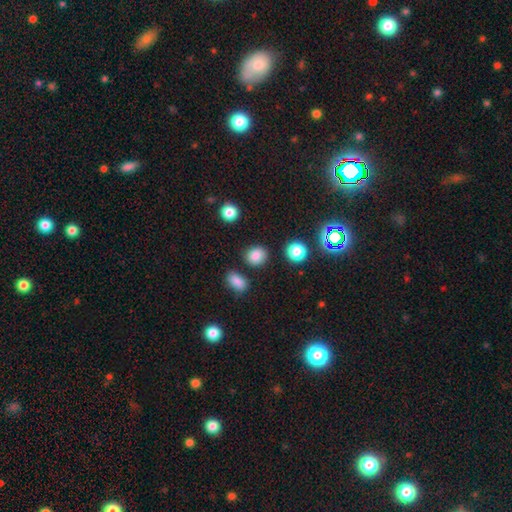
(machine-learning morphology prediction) Overall: smooth (84%). How rounded: round (67%; in between 32%). Merging: none (83%).